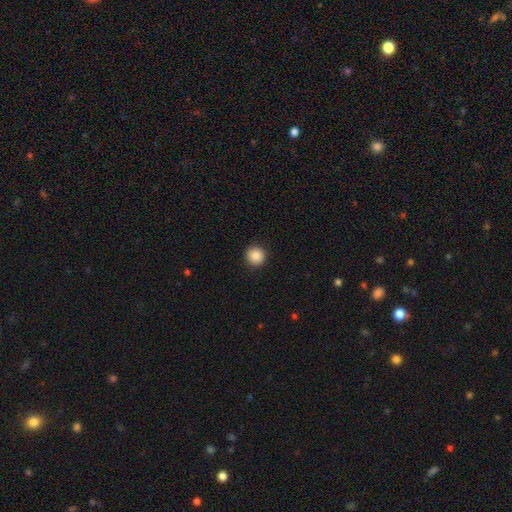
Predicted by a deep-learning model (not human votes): Overall: smooth (87%). How rounded: round (94%). Merging: none (92%).